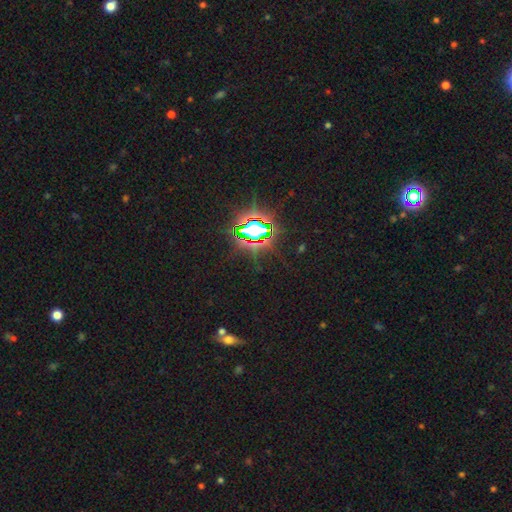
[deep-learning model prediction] Smooth or featured? Predicted: star or artifact (p=0.80).